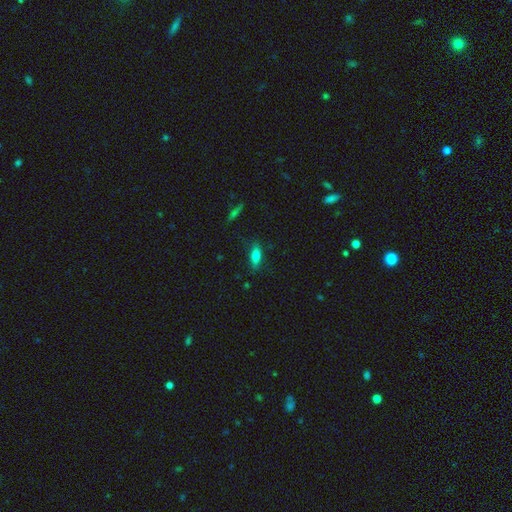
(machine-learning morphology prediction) This is likely a smooth galaxy (75%). How rounded: likely in between (64%). Merging: likely none (79%).